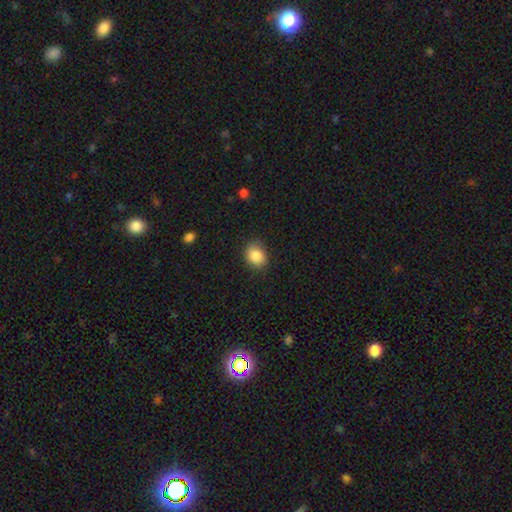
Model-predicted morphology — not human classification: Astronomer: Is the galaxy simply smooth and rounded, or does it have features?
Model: smooth — 86%.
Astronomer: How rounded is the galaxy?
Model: in between — 52% (runner-up: round, 47%).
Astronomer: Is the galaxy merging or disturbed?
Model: none — 81%.